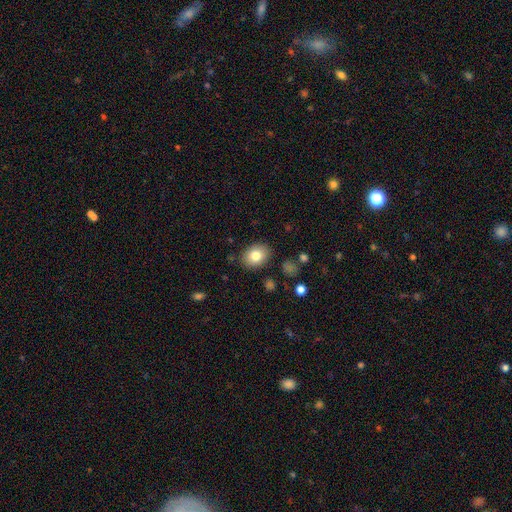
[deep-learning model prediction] A smooth galaxy with no disk features (81%) that is in between round and cigar-shaped (60%).

Vote fractions:
- Smooth or featured? smooth: 81% / featured or disk: 11% / star or artifact: 9%
- How rounded? in between: 60% / round: 39% / cigar-shaped: 1%
- Merging? none: 86% / minor disturbance: 9% / major disturbance: 3% / merger: 2%